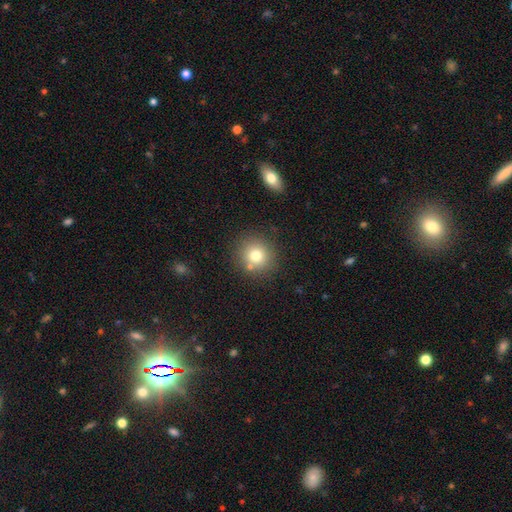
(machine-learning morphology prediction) Smooth or featured?
  - smooth: 76% *
  - star or artifact: 13%
  - featured or disk: 11%
How rounded?
  - round: 91% *
  - in between: 8%
  - cigar-shaped: 1%
Merging?
  - none: 80% *
  - minor disturbance: 9%
  - merger: 8%
  - major disturbance: 3%